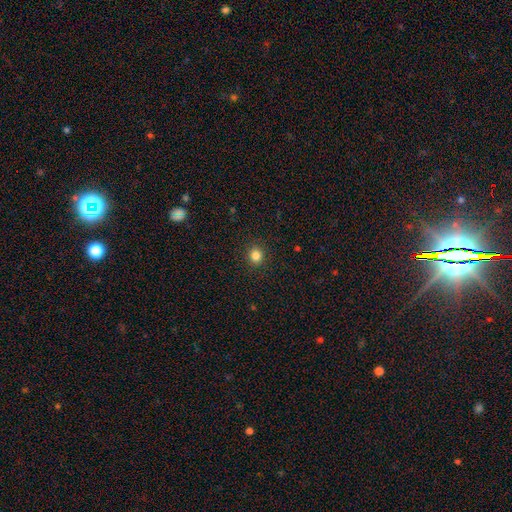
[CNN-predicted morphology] type=smooth (83%); roundness=round (86%); merging=none (91%).